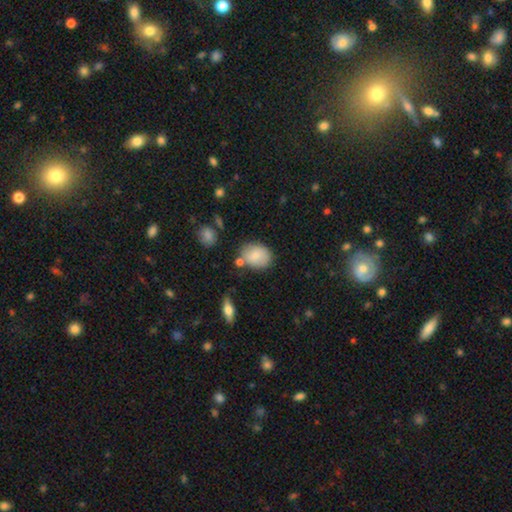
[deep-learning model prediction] This is clearly a smooth galaxy (81%). How rounded: likely in between (65%). Merging: likely none (70%).